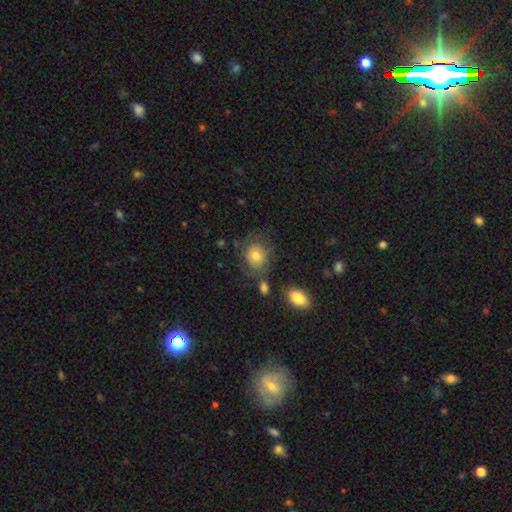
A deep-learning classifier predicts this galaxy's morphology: Smooth or featured? Predicted: smooth (p=0.62). How rounded? Predicted: round (p=0.71). Merging? Predicted: none (p=0.59).